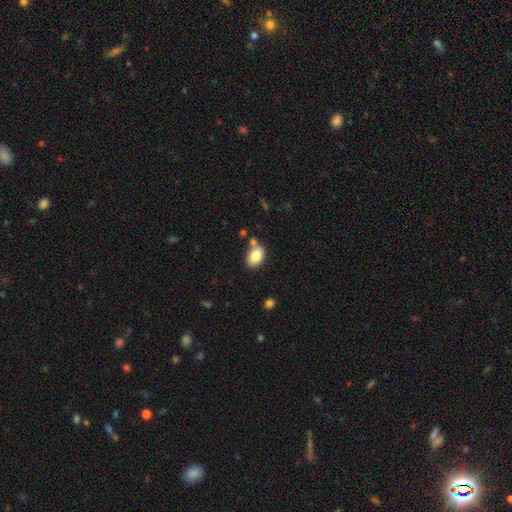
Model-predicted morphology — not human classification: This appears to be a smooth galaxy with no disk features (82%) that is in between round and cigar-shaped (82%). Merging: none (66%).